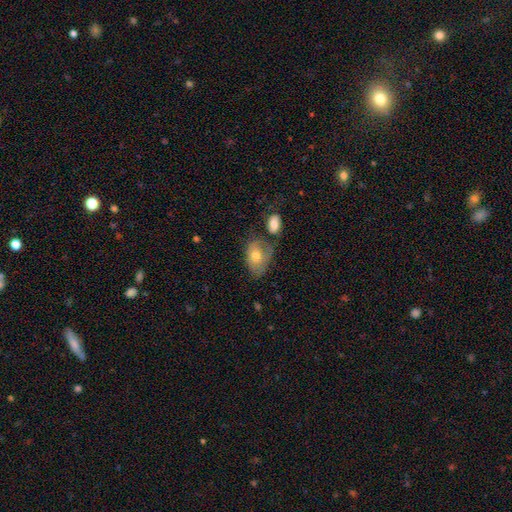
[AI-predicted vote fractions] Smooth or featured: smooth — 61% (featured or disk — 32%)
How rounded: in between — 82% (round — 17%)
Merging: none — 36% (minor disturbance — 31%)